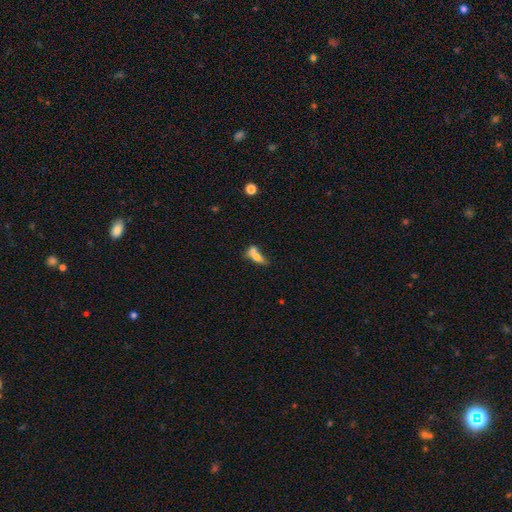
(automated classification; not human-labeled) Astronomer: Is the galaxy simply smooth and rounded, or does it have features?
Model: smooth — 64%.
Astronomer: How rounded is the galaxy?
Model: in between — 64%.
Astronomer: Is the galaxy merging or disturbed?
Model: merger — 54%.